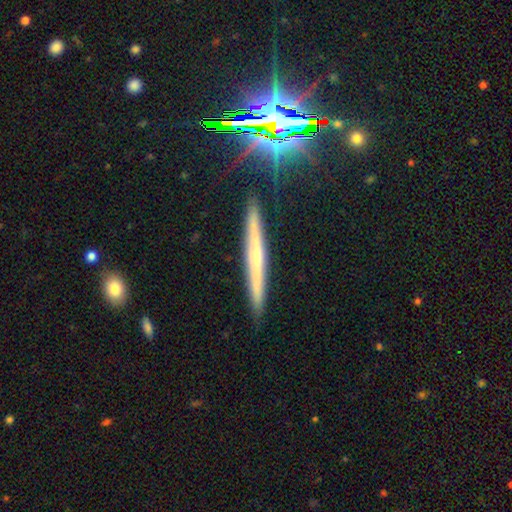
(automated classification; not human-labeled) Morphology: type=featured or disk (54%); edge-on=yes (96%); edge-on bulge=none (55%); merging=none (91%).